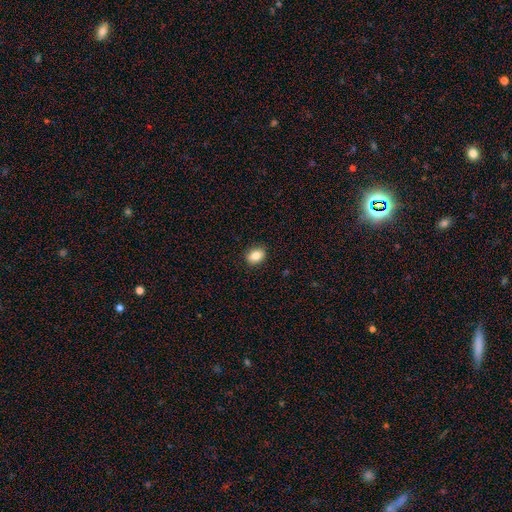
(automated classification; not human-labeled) smooth_or_featured: smooth (p=0.84) [alt: star or artifact p=0.09]
how_rounded: in between (p=0.69) [alt: round p=0.29]
merging: none (p=0.89) [alt: minor disturbance p=0.08]